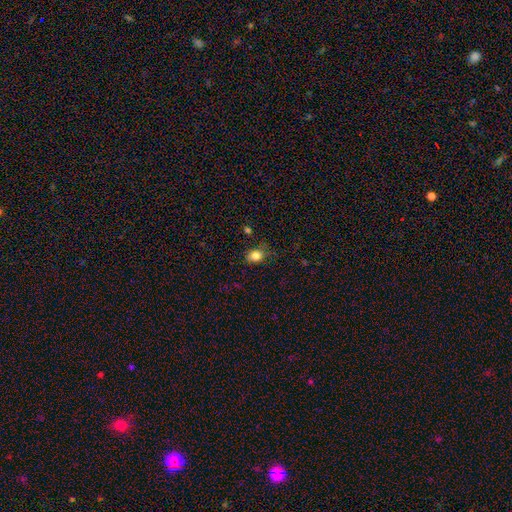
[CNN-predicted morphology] Smooth or featured? Predicted: smooth (p=0.83). How rounded? Predicted: in between (p=0.58). Merging? Predicted: none (p=0.76).